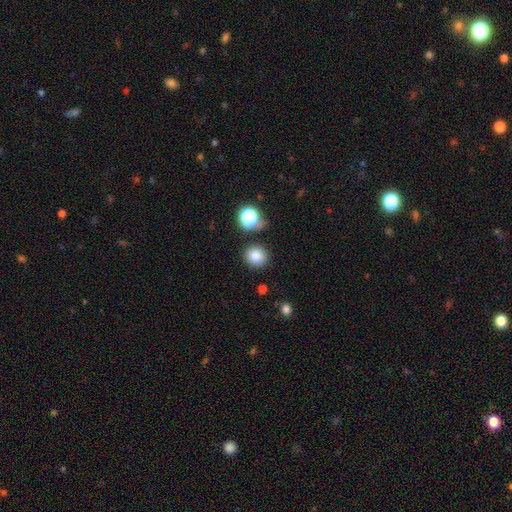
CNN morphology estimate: This is clearly a smooth galaxy (82%). How rounded: clearly round (88%). Merging: clearly none (84%).